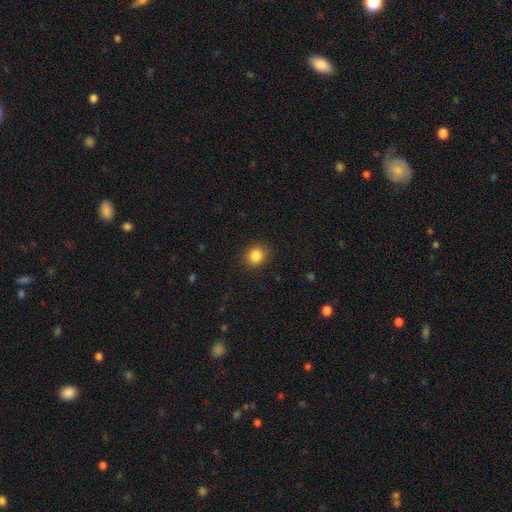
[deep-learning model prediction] Smooth or featured? smooth (85%)
How rounded? round (74%)
Merging? none (88%)